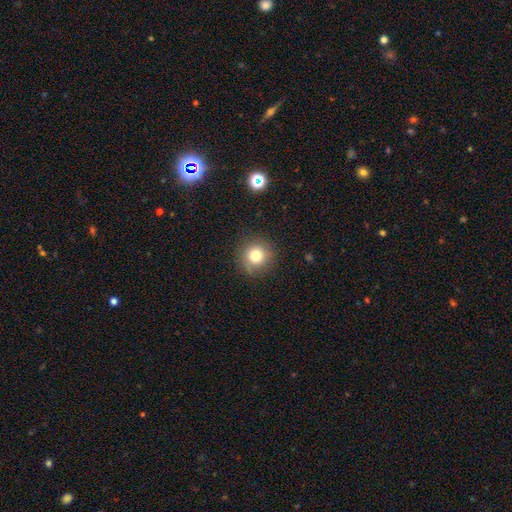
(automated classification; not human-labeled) Smooth or featured?
  - smooth: 78% *
  - star or artifact: 13%
  - featured or disk: 9%
How rounded?
  - round: 93% *
  - in between: 6%
  - cigar-shaped: 1%
Merging?
  - none: 86% *
  - minor disturbance: 9%
  - major disturbance: 3%
  - merger: 1%